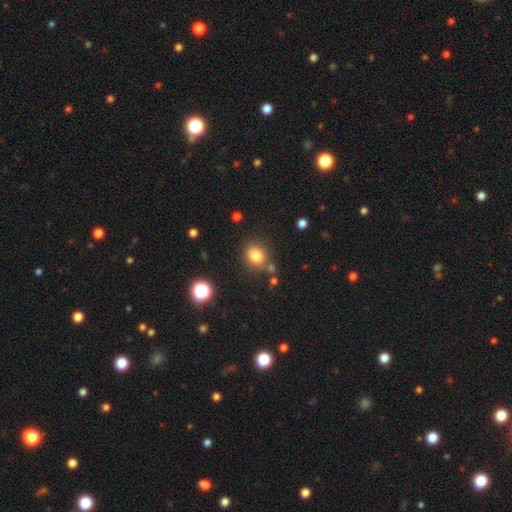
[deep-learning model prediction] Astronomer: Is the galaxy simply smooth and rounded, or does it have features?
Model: smooth — 80%.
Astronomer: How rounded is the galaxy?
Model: round — 68%.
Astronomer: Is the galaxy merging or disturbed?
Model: none — 74%.